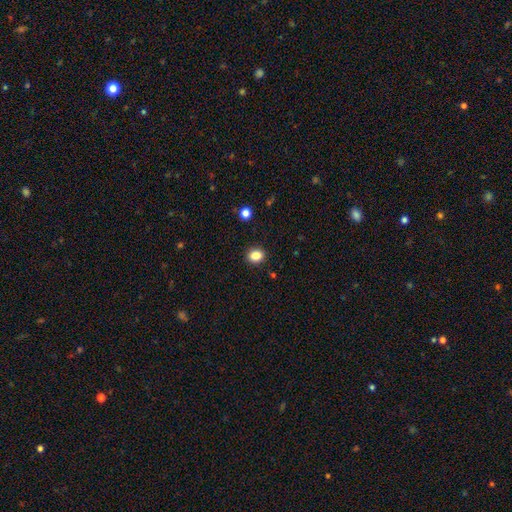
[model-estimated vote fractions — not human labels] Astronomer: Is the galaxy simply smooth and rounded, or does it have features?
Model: smooth — 85%.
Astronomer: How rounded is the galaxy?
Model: round — 60% (runner-up: in between, 39%).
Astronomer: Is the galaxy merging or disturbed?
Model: none — 91%.